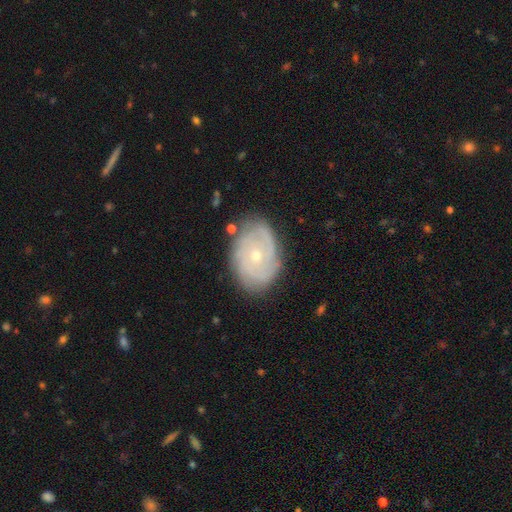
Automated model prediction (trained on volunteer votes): This is likely a featured or disk galaxy (78%). It is clearly not viewed edge-on (96%). Bar: likely no (79%). Spiral arm pattern: clearly yes (89%). Spiral arm count: marginally can't tell (36%). Spiral winding: likely tight (71%). Central bulge: likely small (62%). Merging: likely none (78%).